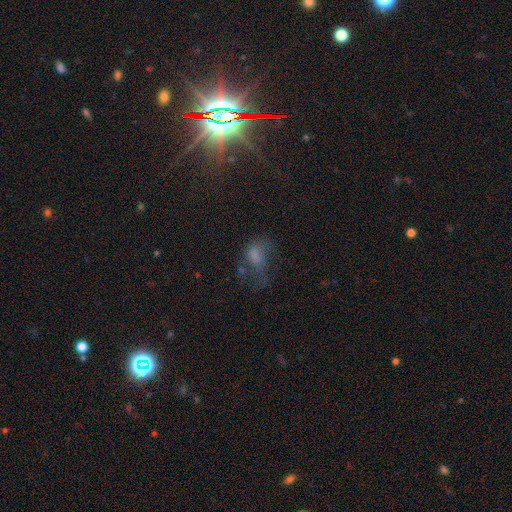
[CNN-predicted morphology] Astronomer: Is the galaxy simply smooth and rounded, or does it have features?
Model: smooth — 57%.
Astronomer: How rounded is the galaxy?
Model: in between — 81%.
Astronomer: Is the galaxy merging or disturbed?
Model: major disturbance — 47% (runner-up: none, 26%).